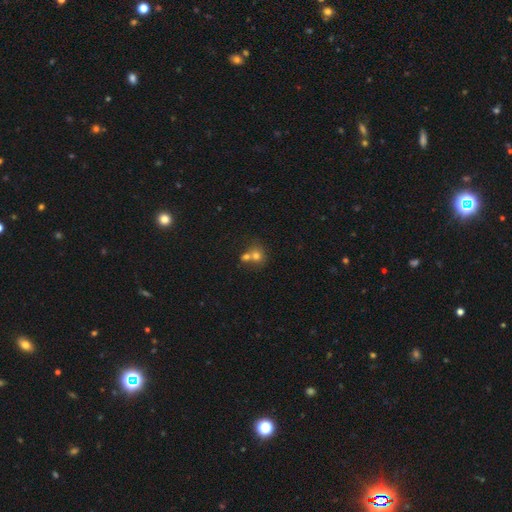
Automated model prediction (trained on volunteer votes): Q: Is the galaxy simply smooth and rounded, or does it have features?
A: smooth — 69%.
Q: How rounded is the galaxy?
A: round — 76%.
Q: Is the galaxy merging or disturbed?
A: merger — 55%.